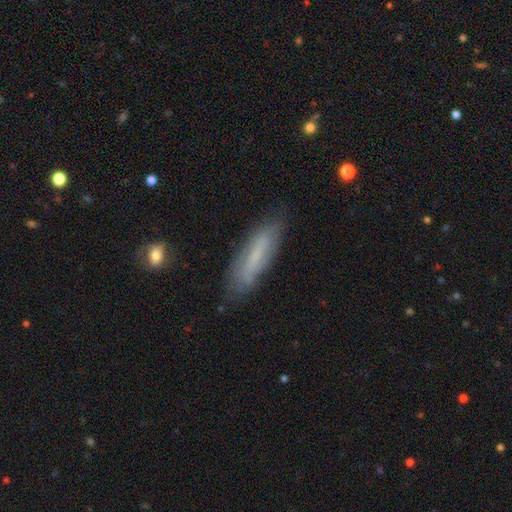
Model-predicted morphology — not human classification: Smooth or featured? Predicted: smooth (p=0.57). How rounded? Predicted: cigar-shaped (p=0.71). Merging? Predicted: none (p=0.79).